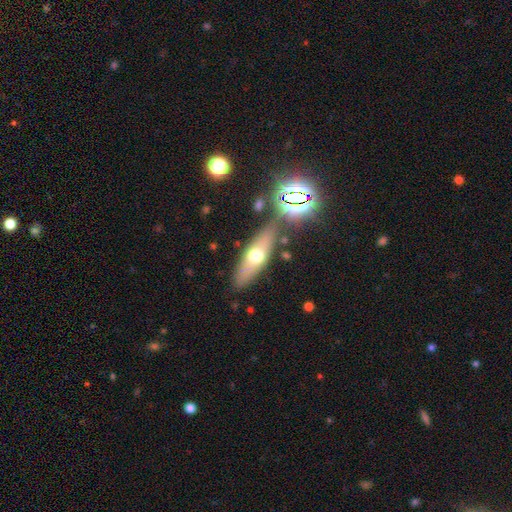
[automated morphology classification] This appears to be a smooth galaxy with no disk features (52%) that is cigar-shaped (50%). Merging: none (79%).